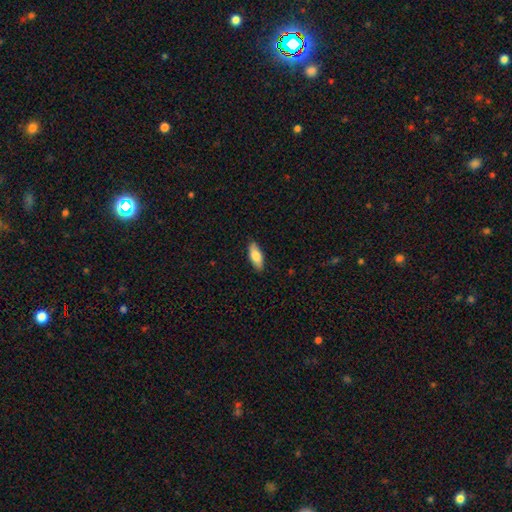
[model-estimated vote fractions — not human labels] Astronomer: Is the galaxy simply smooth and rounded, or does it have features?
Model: smooth — 79%.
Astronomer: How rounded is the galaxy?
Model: in between — 72%.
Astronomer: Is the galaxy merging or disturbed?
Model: none — 88%.